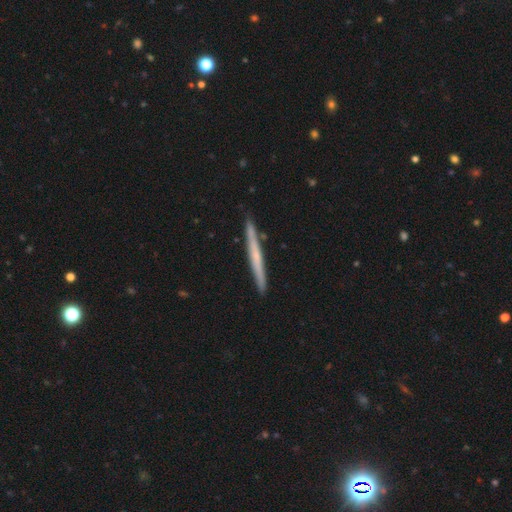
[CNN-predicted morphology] A featured or disk galaxy (52%) viewed edge-on (97%).

Vote fractions:
- Smooth or featured? featured or disk: 52% / smooth: 42% / star or artifact: 6%
- Edge-on disk? yes: 97% / no: 3%
- Merging? none: 88% / minor disturbance: 9% / merger: 2% / major disturbance: 1%